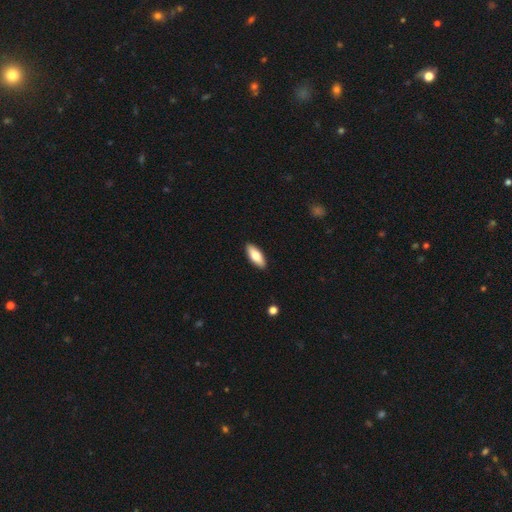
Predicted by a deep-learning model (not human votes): Smooth or featured: smooth — 76% (featured or disk — 18%)
How rounded: in between — 77% (cigar-shaped — 21%)
Merging: none — 90% (minor disturbance — 7%)